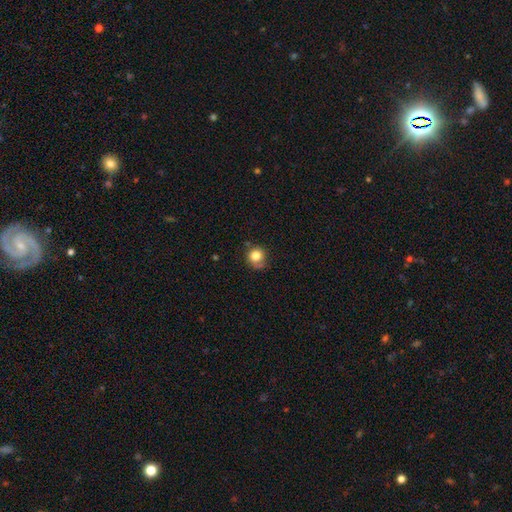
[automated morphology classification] Q: Smooth or featured?
A: smooth (80%); runner-up: featured or disk (11%)
Q: How rounded?
A: round (83%); runner-up: in between (17%)
Q: Merging?
A: none (60%); runner-up: minor disturbance (27%)